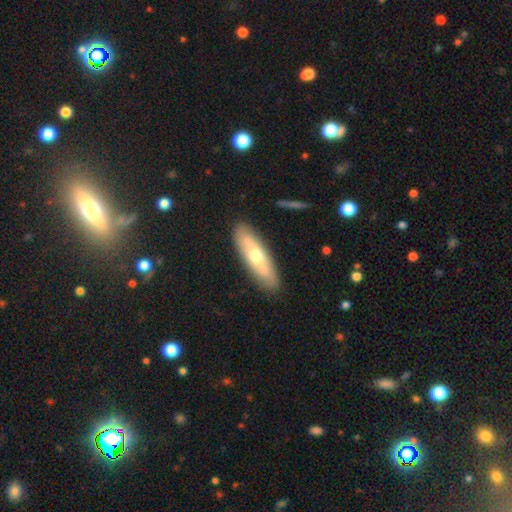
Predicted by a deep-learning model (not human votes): Smooth or featured? Predicted: smooth (p=0.49). Merging? Predicted: none (p=0.87).